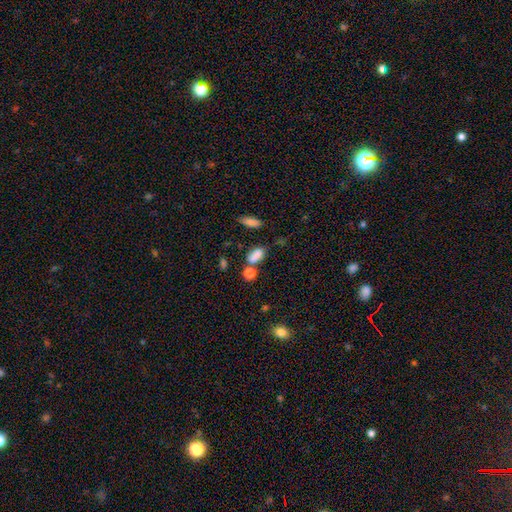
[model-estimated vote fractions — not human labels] Morphology: type=smooth (81%); roundness=in between (70%); merging=none (59%).